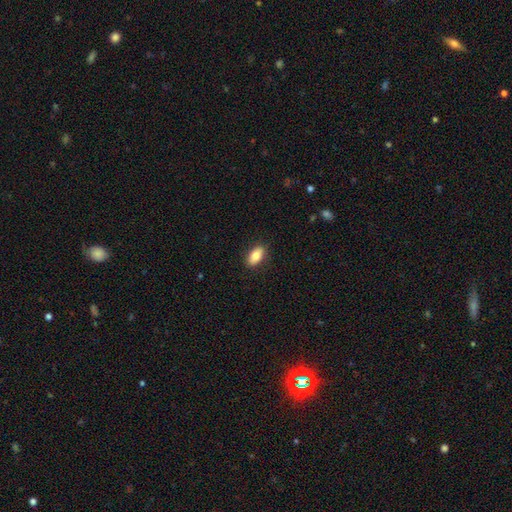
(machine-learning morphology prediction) Smooth or featured?
  - smooth: 81% *
  - featured or disk: 12%
  - star or artifact: 7%
How rounded?
  - in between: 89% *
  - cigar-shaped: 7%
  - round: 4%
Merging?
  - none: 88% *
  - minor disturbance: 9%
  - major disturbance: 2%
  - merger: 1%